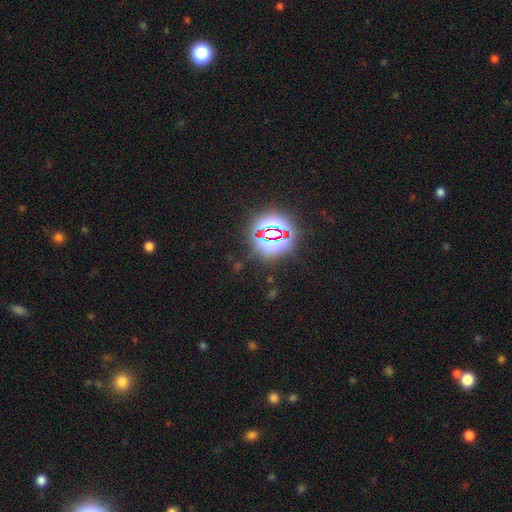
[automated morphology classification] Smooth or featured? star or artifact (82%)